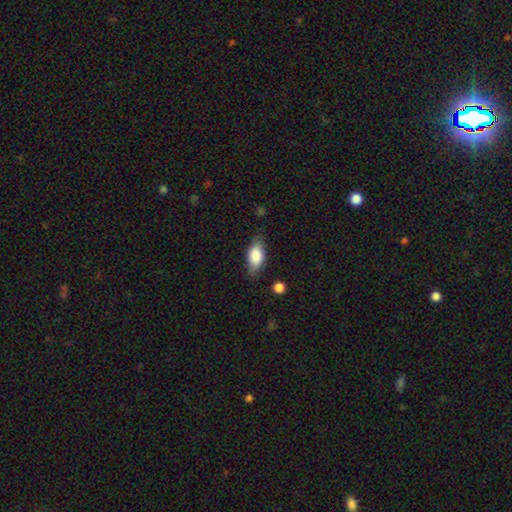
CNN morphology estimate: The model was most divided on "merging": none: 79%, minor disturbance: 16%, major disturbance: 4%, merger: 2%. More confident: how rounded — in between (88%); smooth or featured — smooth (82%).